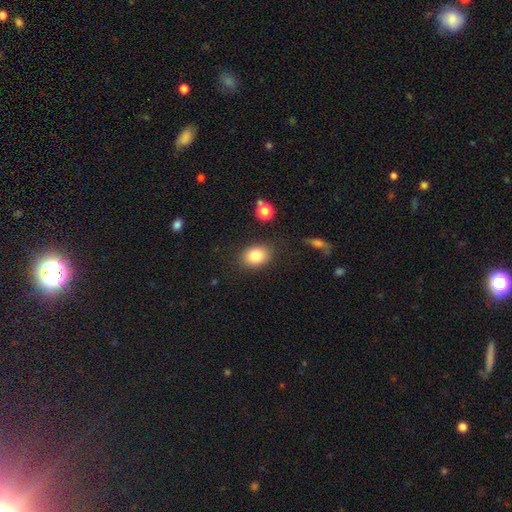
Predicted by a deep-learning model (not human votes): Smooth or featured?
  - smooth: 83% *
  - star or artifact: 9%
  - featured or disk: 8%
How rounded?
  - in between: 67% *
  - round: 31%
  - cigar-shaped: 1%
Merging?
  - none: 83% *
  - minor disturbance: 11%
  - major disturbance: 3%
  - merger: 3%